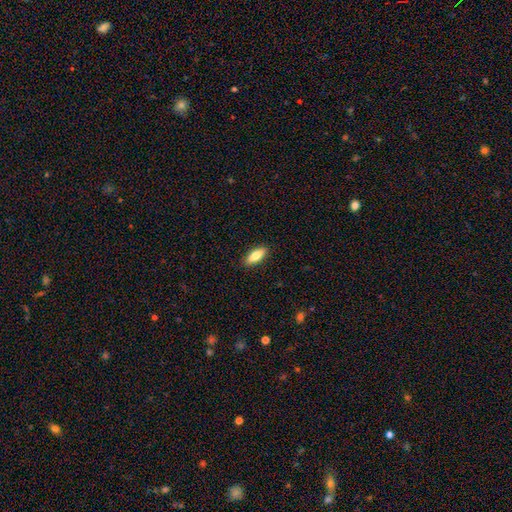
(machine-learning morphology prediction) Overall: smooth (77%). How rounded: in between (68%; cigar-shaped 30%). Merging: none (90%).